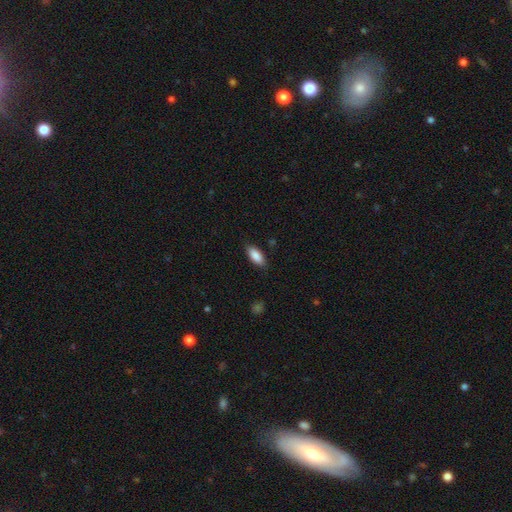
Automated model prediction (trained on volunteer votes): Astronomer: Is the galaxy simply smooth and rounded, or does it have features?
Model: smooth — 88%.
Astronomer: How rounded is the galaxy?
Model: in between — 84%.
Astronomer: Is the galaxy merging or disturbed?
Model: none — 85%.